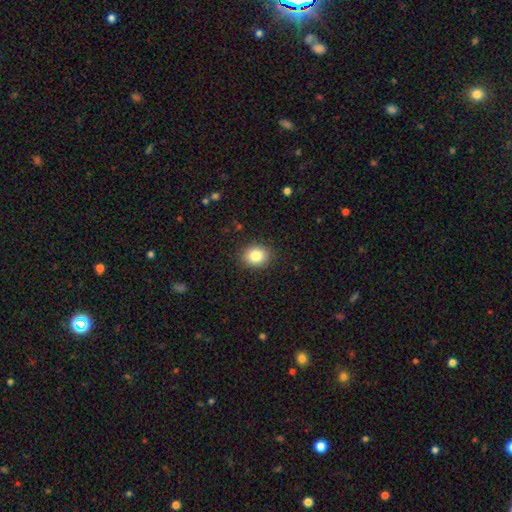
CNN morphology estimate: smooth 84%, star or artifact 10%, featured or disk 6%. Down the decision tree: how rounded — round (66%); merging — none (89%).